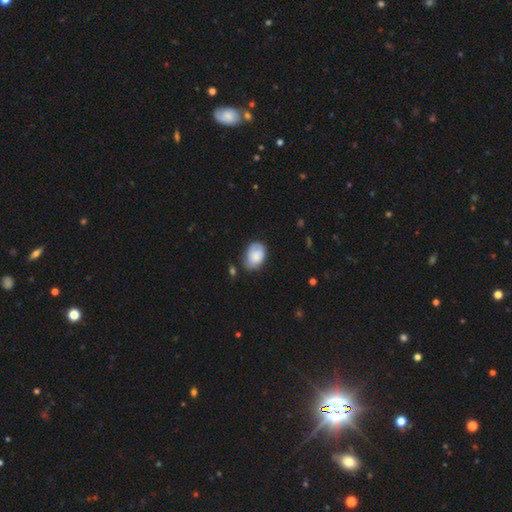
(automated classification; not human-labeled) smooth_or_featured: smooth (p=0.69) [alt: featured or disk p=0.24]
how_rounded: in between (p=0.80) [alt: round p=0.19]
merging: none (p=0.57) [alt: minor disturbance p=0.31]